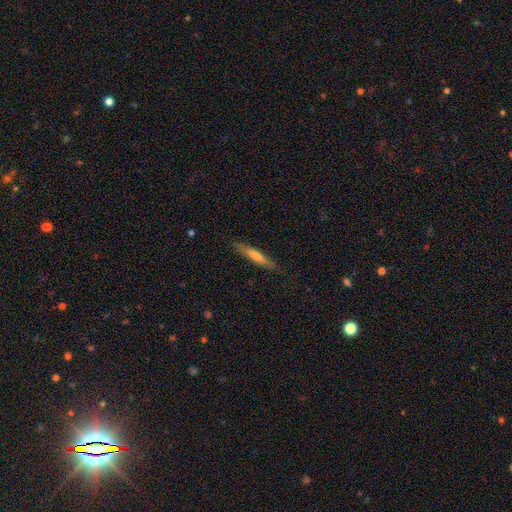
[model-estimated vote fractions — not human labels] This is possibly a smooth galaxy (56%). How rounded: clearly cigar-shaped (91%). Merging: clearly none (85%).